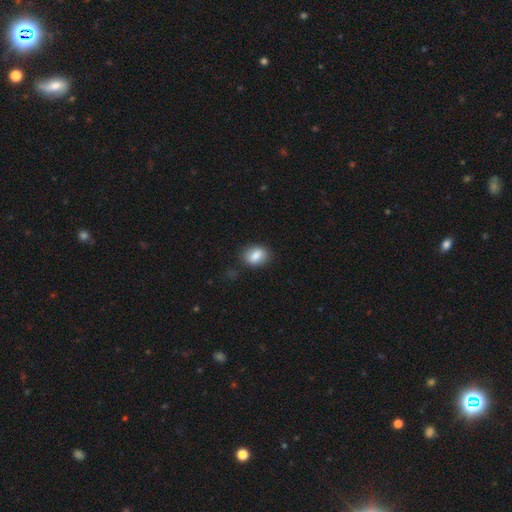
This appears to be a smooth galaxy with no disk features (92%) that is in between round and cigar-shaped (72%). Merging: none (78%).